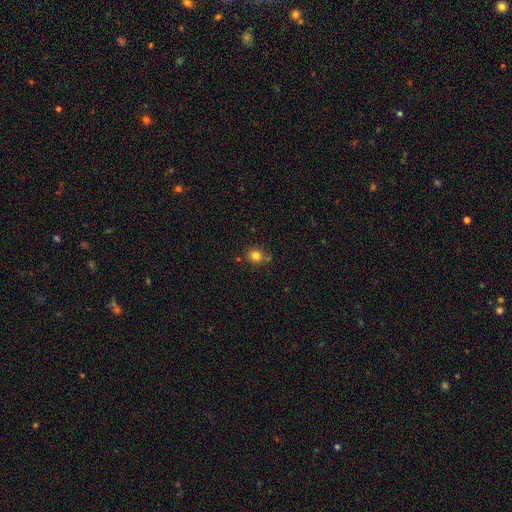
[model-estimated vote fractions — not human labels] Smooth or featured? smooth (81%)
How rounded? round (86%)
Merging? none (74%)